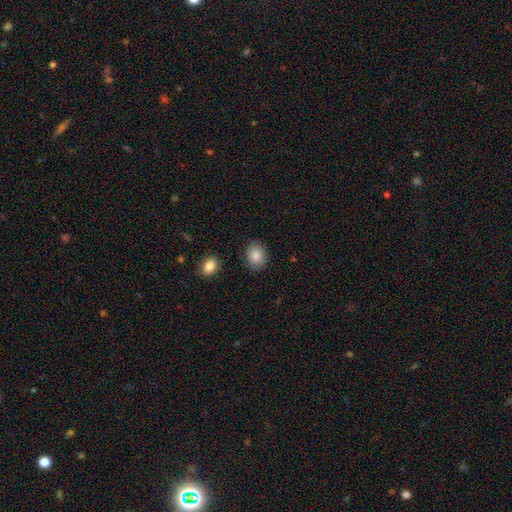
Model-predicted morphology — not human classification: Smooth or featured?
  - smooth: 87% *
  - star or artifact: 8%
  - featured or disk: 5%
How rounded?
  - round: 50% *
  - in between: 49%
  - cigar-shaped: 1%
Merging?
  - none: 86% *
  - minor disturbance: 10%
  - major disturbance: 3%
  - merger: 2%